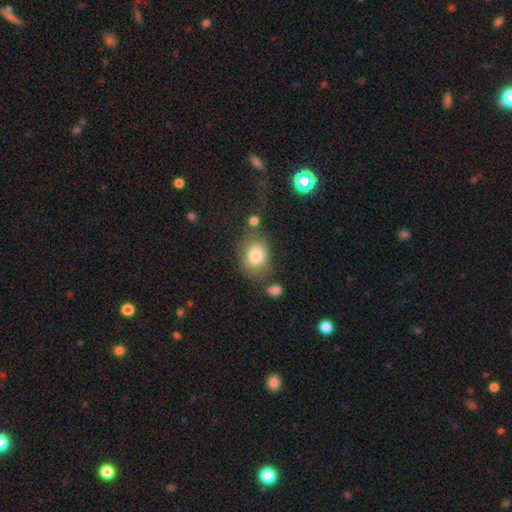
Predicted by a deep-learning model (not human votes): A smooth galaxy with no disk features (79%) that is in between round and cigar-shaped (51%).

Vote fractions:
- Smooth or featured? smooth: 79% / featured or disk: 12% / star or artifact: 9%
- How rounded? in between: 51% / round: 48% / cigar-shaped: 1%
- Merging? none: 58% / minor disturbance: 21% / major disturbance: 11% / merger: 10%